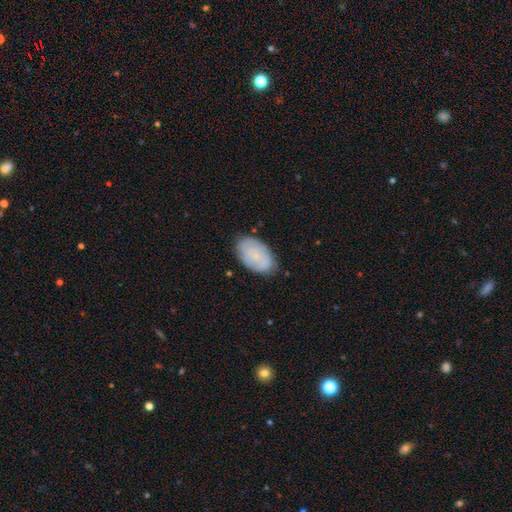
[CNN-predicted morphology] smooth 67%, featured or disk 26%, star or artifact 7%. Down the decision tree: how rounded — in between (92%); merging — none (81%).